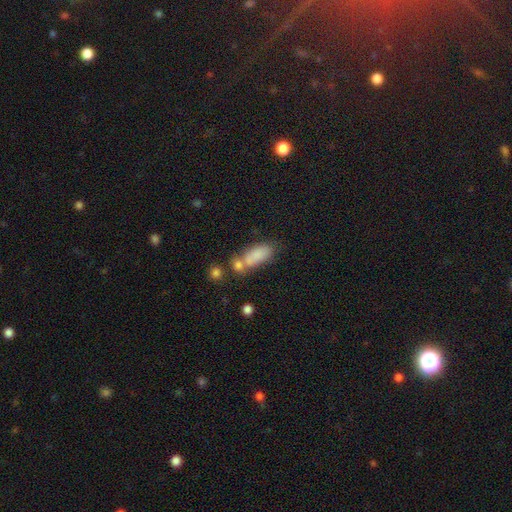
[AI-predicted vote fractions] A smooth galaxy with no disk features (80%) that is in between round and cigar-shaped (82%). Merging: none (43%).